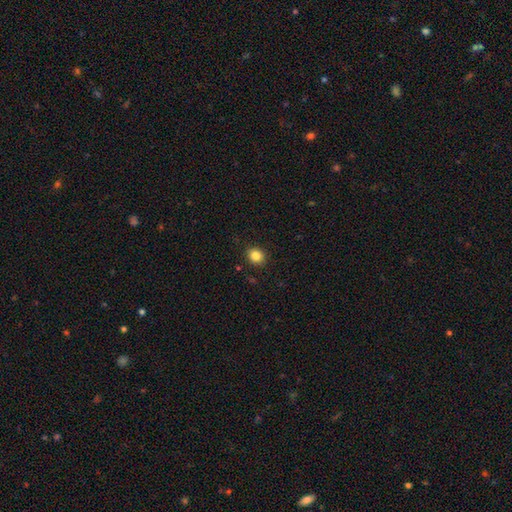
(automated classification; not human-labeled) smooth_or_featured: smooth (p=0.84) [alt: star or artifact p=0.11]
how_rounded: round (p=0.73) [alt: in between p=0.26]
merging: none (p=0.90) [alt: minor disturbance p=0.07]